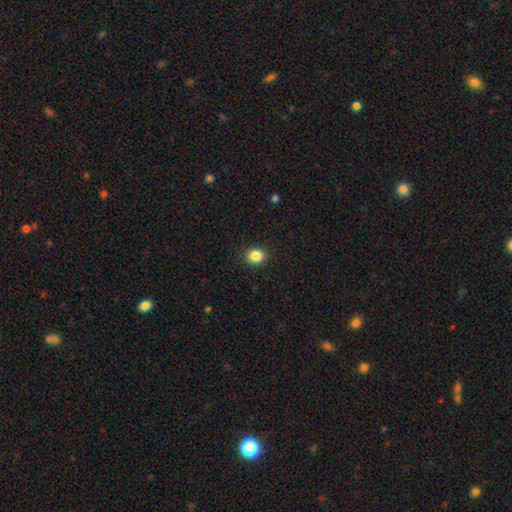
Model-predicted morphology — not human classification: This is clearly a smooth galaxy (86%). How rounded: likely round (72%). Merging: clearly none (91%).